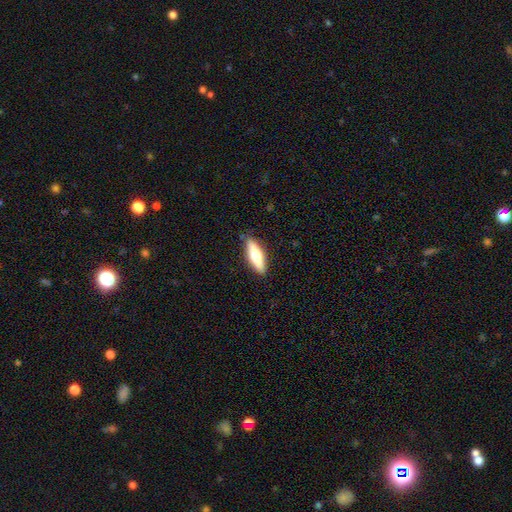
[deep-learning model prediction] This appears to be a smooth galaxy with no disk features (64%) that is cigar-shaped (50%). Merging: none (86%).